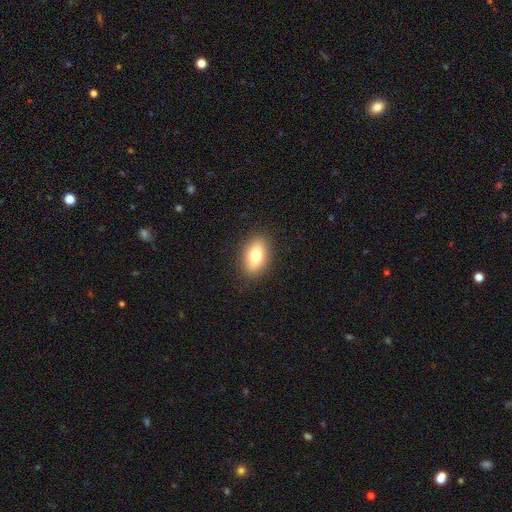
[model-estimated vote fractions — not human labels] Morphology: type=smooth (76%); roundness=in between (85%); merging=none (88%).